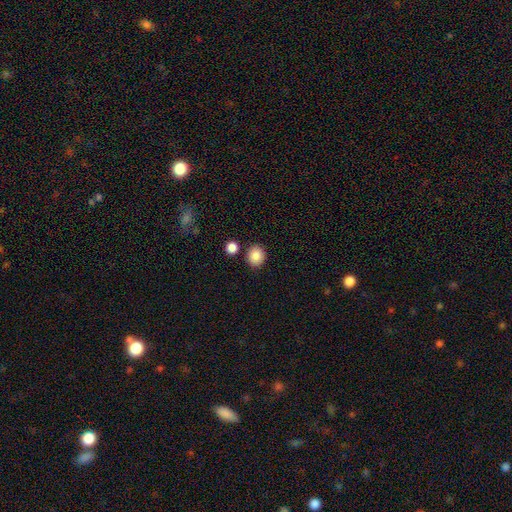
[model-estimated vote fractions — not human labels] Morphology: type=smooth (86%); roundness=round (76%); merging=none (85%).